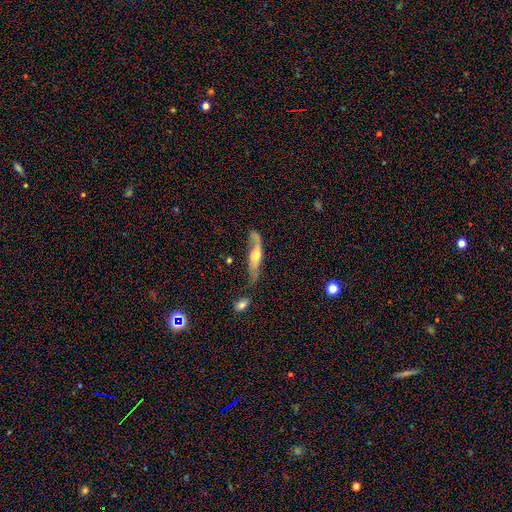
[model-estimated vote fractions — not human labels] Smooth or featured: featured or disk — 65% (smooth — 29%)
Edge-on disk: yes — 58% (no — 42%)
Merging: none — 45% (minor disturbance — 27%)